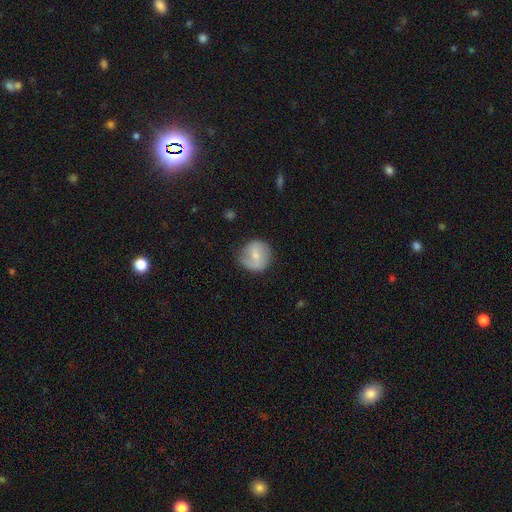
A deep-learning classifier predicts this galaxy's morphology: A smooth galaxy with no disk features (55%) that is round (91%).

Vote fractions:
- Smooth or featured? smooth: 55% / featured or disk: 38% / star or artifact: 7%
- How rounded? round: 91% / in between: 8% / cigar-shaped: 1%
- Merging? none: 73% / minor disturbance: 20% / major disturbance: 6% / merger: 1%